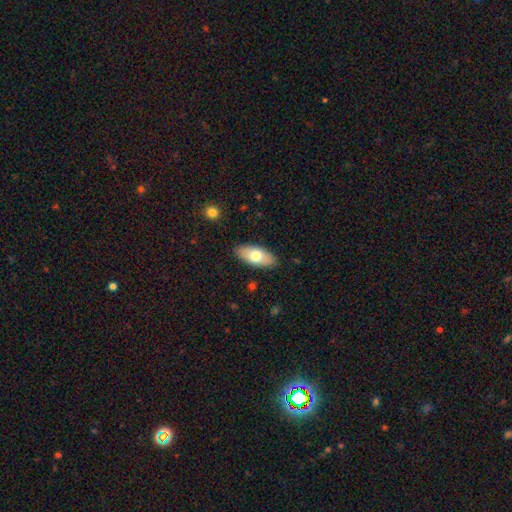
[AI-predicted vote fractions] Overall: smooth (71%). How rounded: in between (89%). Merging: none (88%).